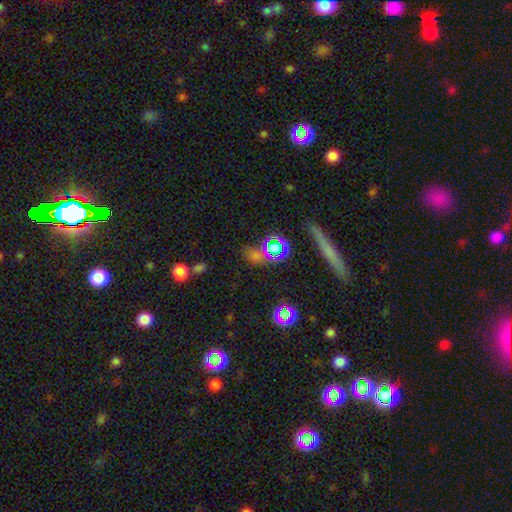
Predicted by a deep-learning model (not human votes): Q: Smooth or featured?
A: smooth (50%); runner-up: star or artifact (37%)
Q: Merging?
A: none (75%); runner-up: minor disturbance (11%)